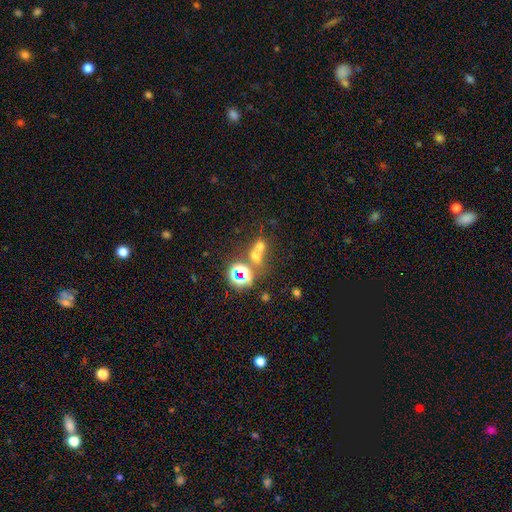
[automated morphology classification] This is marginally a smooth galaxy (45%). Merging: possibly merger (49%).